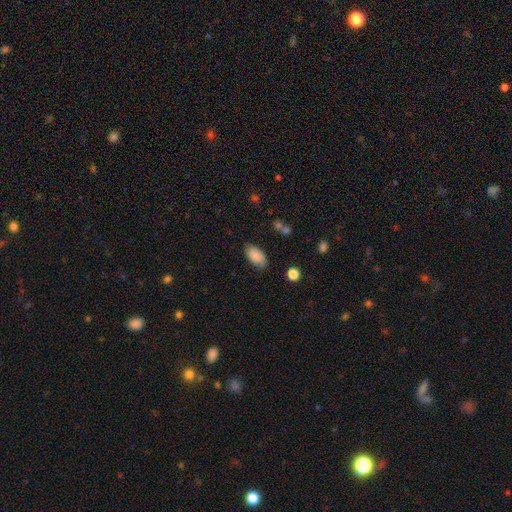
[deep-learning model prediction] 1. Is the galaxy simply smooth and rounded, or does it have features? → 87% smooth, 8% star or artifact, 5% featured or disk.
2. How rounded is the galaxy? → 94% in between, 4% round, 3% cigar-shaped.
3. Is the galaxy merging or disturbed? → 78% none, 16% minor disturbance, 4% major disturbance, 2% merger.